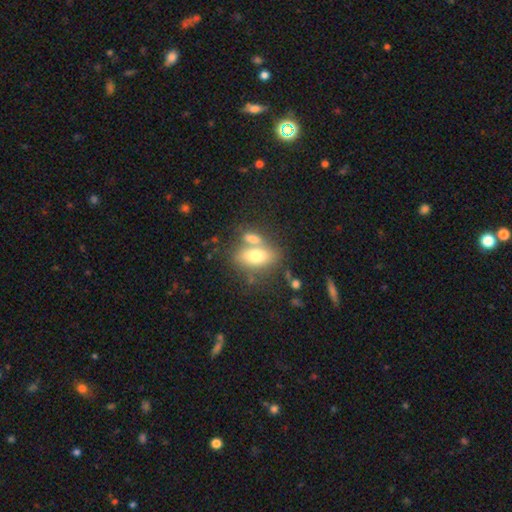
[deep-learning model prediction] This appears to be a smooth galaxy with no disk features (69%) that is in between round and cigar-shaped (81%). Merging: none (46%).